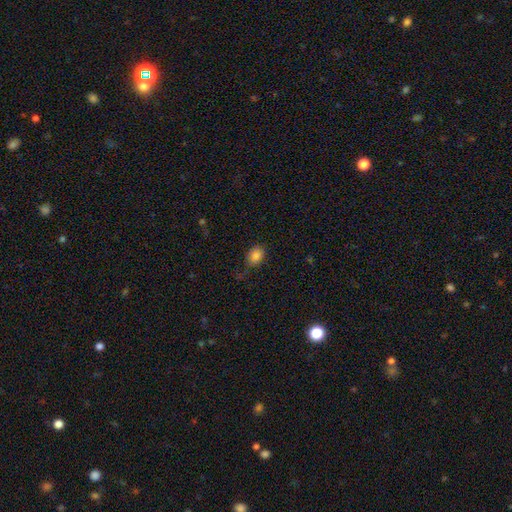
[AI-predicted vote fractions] smooth_or_featured: smooth (p=0.84) [alt: star or artifact p=0.10]
how_rounded: in between (p=0.65) [alt: round p=0.34]
merging: none (p=0.70) [alt: minor disturbance p=0.21]